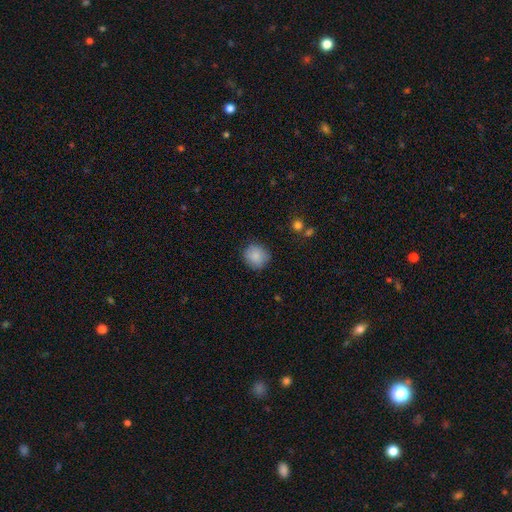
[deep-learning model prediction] Smooth or featured: smooth — 87% (star or artifact — 8%)
How rounded: round — 87% (in between — 12%)
Merging: none — 83% (minor disturbance — 12%)